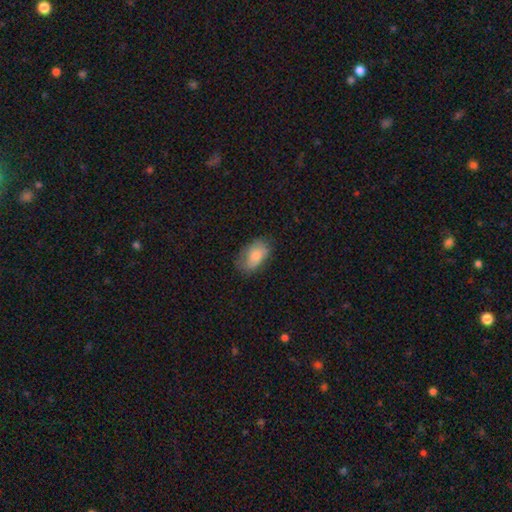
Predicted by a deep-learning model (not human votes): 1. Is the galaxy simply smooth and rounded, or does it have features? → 75% smooth, 17% featured or disk, 7% star or artifact.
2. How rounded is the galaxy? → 91% in between, 7% round, 2% cigar-shaped.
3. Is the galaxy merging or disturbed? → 64% none, 26% minor disturbance, 9% major disturbance, 1% merger.